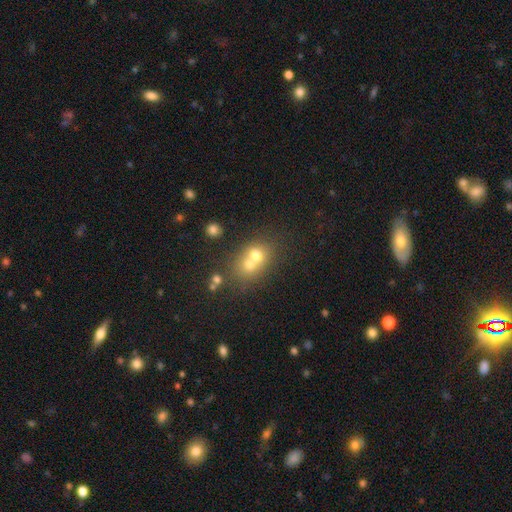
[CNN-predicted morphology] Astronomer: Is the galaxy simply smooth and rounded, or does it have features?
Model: smooth — 63%.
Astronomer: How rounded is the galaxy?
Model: round — 63%.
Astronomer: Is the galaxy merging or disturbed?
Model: merger — 64%.